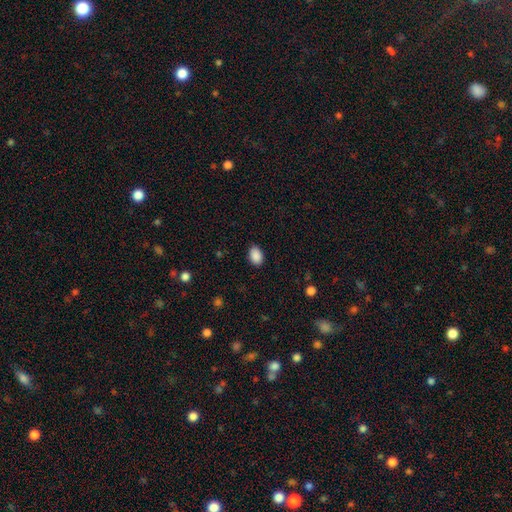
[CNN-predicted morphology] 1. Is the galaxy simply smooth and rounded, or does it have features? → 89% smooth, 8% star or artifact, 3% featured or disk.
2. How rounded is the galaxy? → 84% in between, 15% round, 1% cigar-shaped.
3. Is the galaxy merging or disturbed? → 87% none, 10% minor disturbance, 2% major disturbance, 1% merger.